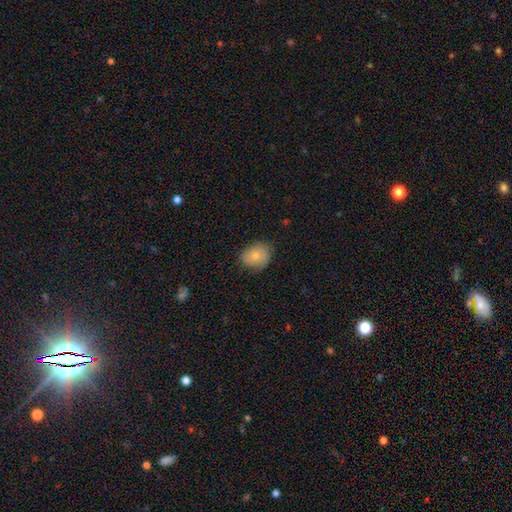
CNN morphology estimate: Smooth or featured?
  - smooth: 77% *
  - featured or disk: 15%
  - star or artifact: 8%
How rounded?
  - round: 55% *
  - in between: 44%
  - cigar-shaped: 1%
Merging?
  - none: 73% *
  - minor disturbance: 21%
  - major disturbance: 4%
  - merger: 1%